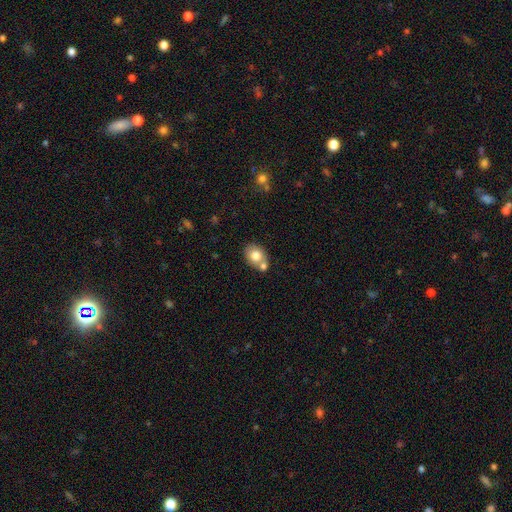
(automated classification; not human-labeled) This appears to be a smooth galaxy with no disk features (76%) that is in between round and cigar-shaped (52%). Merging: none (54%).